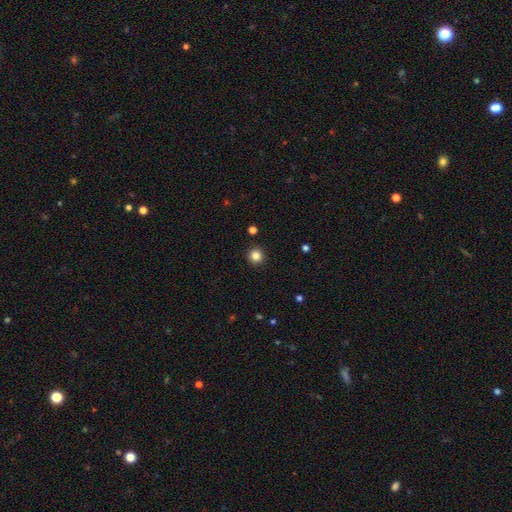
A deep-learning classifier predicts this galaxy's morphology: Smooth or featured? smooth (84%)
How rounded? round (95%)
Merging? none (93%)